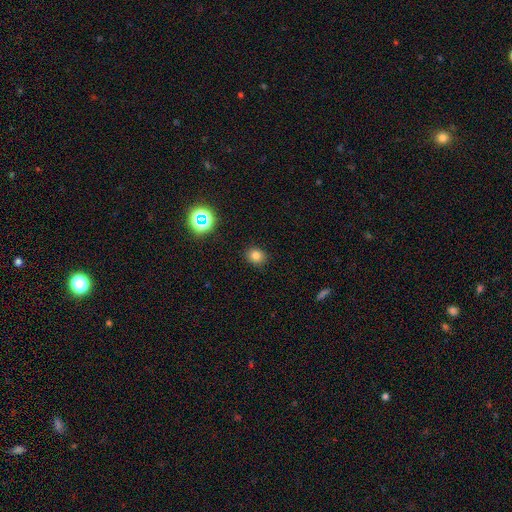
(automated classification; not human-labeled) Smooth or featured? Predicted: smooth (p=0.77). How rounded? Predicted: round (p=0.71). Merging? Predicted: none (p=0.89).